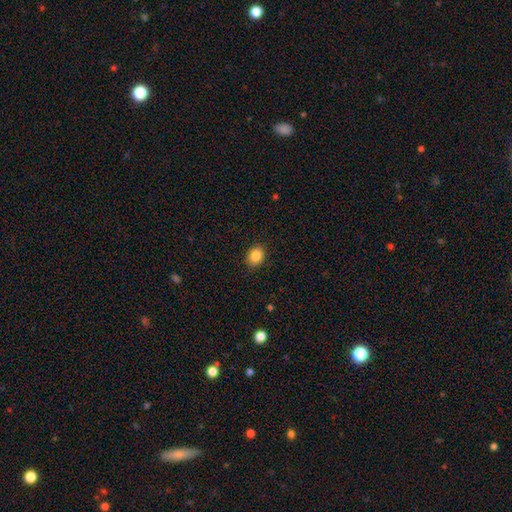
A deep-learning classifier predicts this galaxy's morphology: Smooth or featured? Predicted: smooth (p=0.86). How rounded? Predicted: in between (p=0.53). Merging? Predicted: none (p=0.87).